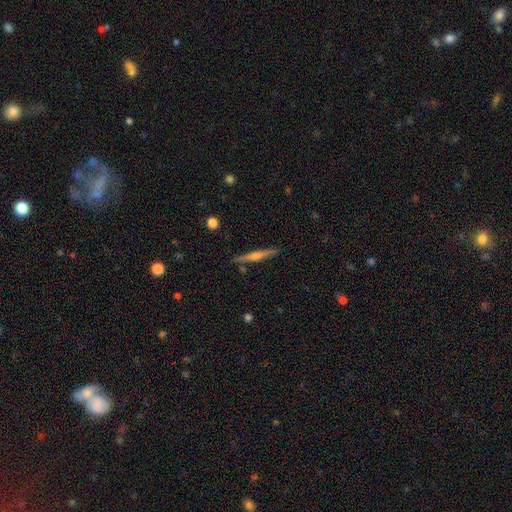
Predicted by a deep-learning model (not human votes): Q: Smooth or featured?
A: featured or disk (68%); runner-up: smooth (26%)
Q: Edge-on disk?
A: yes (98%); runner-up: no (2%)
Q: Edge-on bulge?
A: rounded (80%); runner-up: none (12%)
Q: Merging?
A: none (90%); runner-up: minor disturbance (7%)